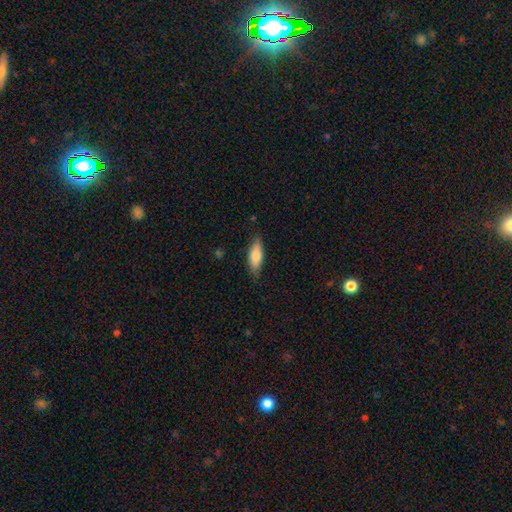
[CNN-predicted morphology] A smooth galaxy with no disk features (77%) that is in between round and cigar-shaped (62%). Merging: none (82%).